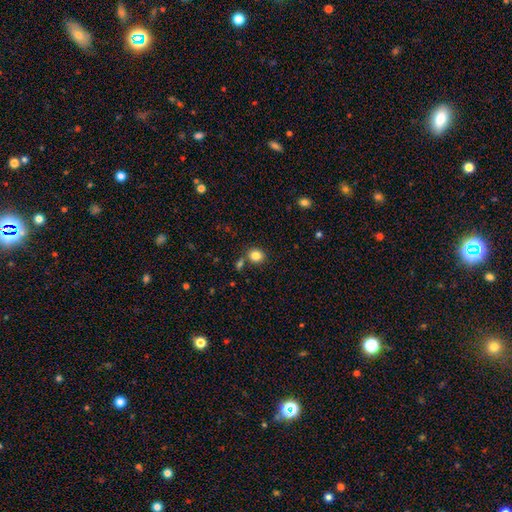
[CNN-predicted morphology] smooth 84%, star or artifact 11%, featured or disk 5%. Down the decision tree: how rounded — round (78%); merging — none (80%).